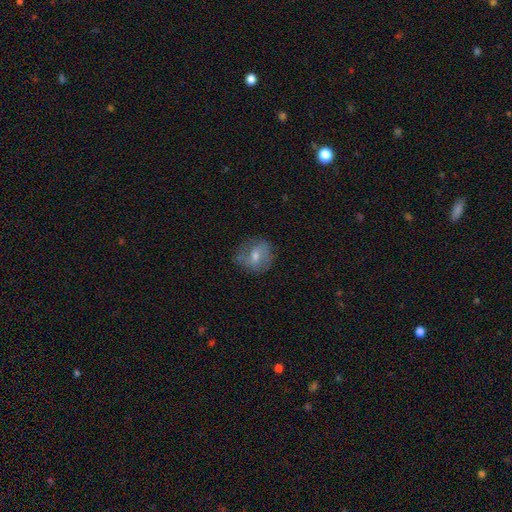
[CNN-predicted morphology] Smooth or featured?
  - featured or disk: 45% *
  - smooth: 44%
  - star or artifact: 11%
Merging?
  - none: 68% *
  - minor disturbance: 22%
  - major disturbance: 9%
  - merger: 2%